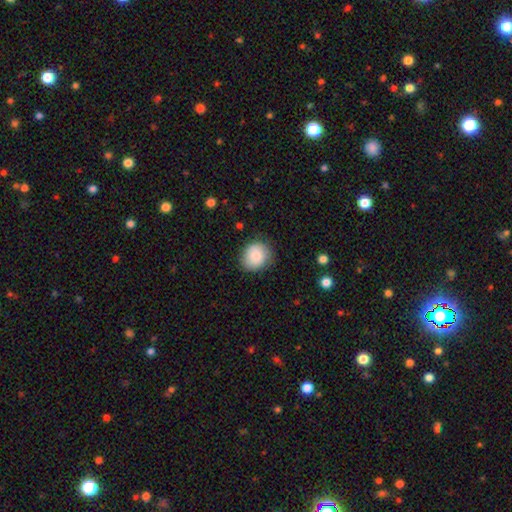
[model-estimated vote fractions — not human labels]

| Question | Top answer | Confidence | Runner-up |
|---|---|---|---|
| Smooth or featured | smooth | 78% | featured or disk (14%) |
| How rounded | round | 72% | in between (27%) |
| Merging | none | 80% | minor disturbance (15%) |